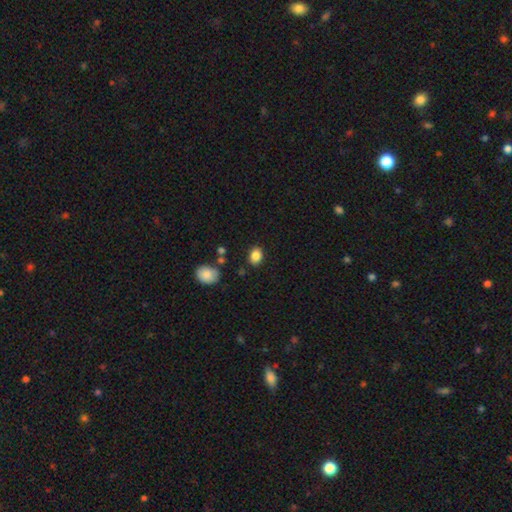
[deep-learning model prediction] smooth-or-featured: smooth: 86% | star or artifact: 9% | featured or disk: 5%
  how-rounded: in between: 68% | round: 31% | cigar-shaped: 1%
  merging: none: 84% | minor disturbance: 10% | merger: 3% | major disturbance: 3%